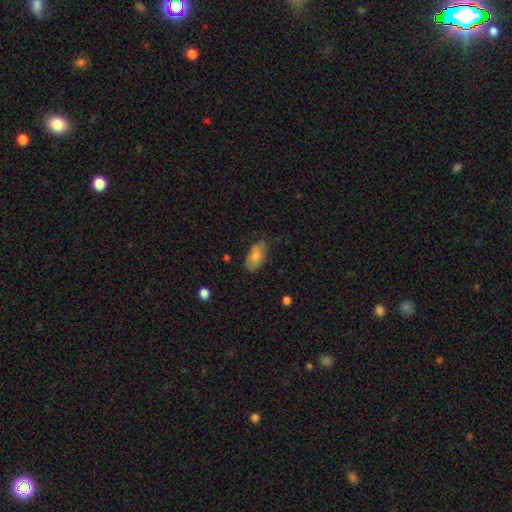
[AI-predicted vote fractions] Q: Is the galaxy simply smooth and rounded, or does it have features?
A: smooth — 79%.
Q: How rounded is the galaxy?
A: in between — 93%.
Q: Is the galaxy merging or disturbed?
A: none — 65%.